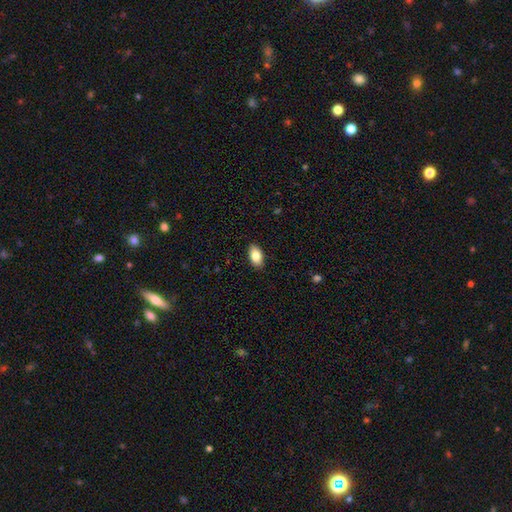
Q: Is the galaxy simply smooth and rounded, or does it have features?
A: smooth — 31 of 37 (84%).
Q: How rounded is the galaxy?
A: in between — 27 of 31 (87%).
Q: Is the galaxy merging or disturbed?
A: none — 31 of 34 (91%).